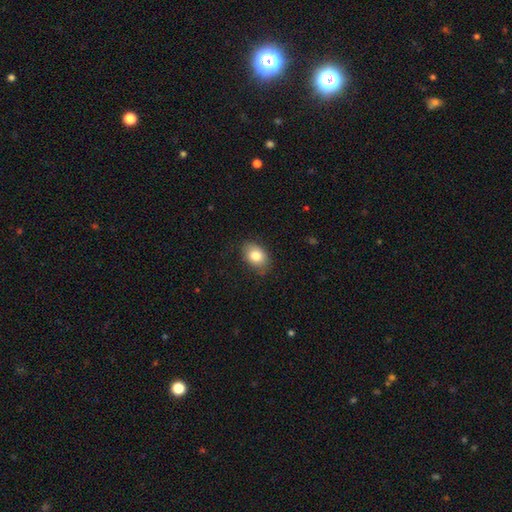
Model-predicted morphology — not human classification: The model was most divided on "how rounded": in between: 79%, round: 20%, cigar-shaped: 1%. More confident: smooth or featured — smooth (82%); merging — none (80%).